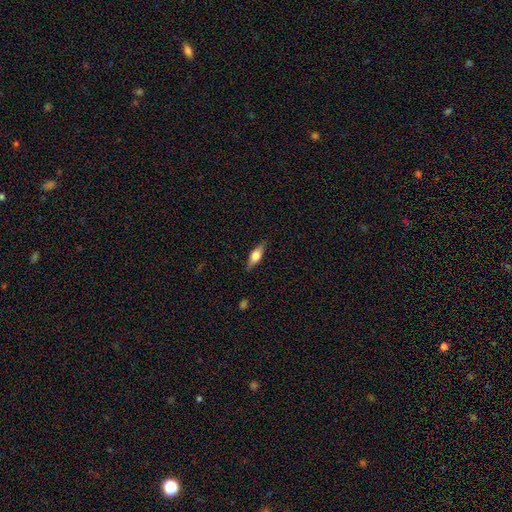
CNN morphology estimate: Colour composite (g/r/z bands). It shows a smooth galaxy with no disk features (60%) that is in between round and cigar-shaped (64%). Merging: none (84%).